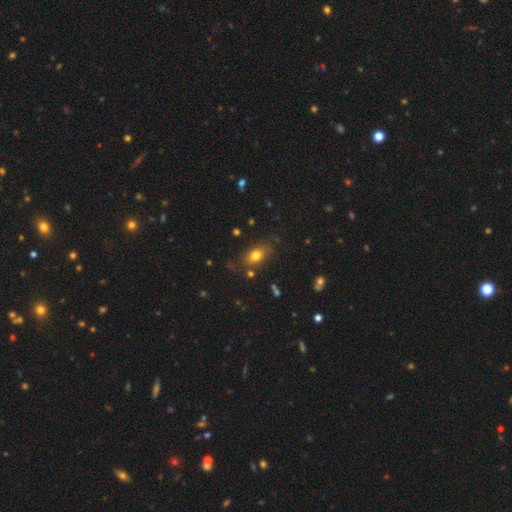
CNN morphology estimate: Smooth or featured? Predicted: smooth (p=0.76). How rounded? Predicted: in between (p=0.80). Merging? Predicted: none (p=0.76).